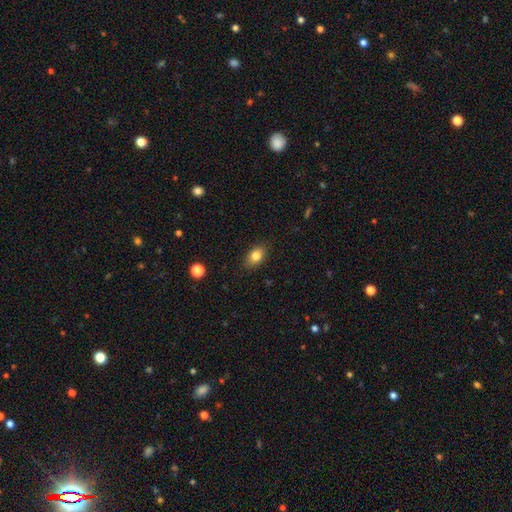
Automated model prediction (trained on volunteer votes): This is clearly a smooth galaxy (82%). How rounded: clearly in between (82%). Merging: clearly none (86%).